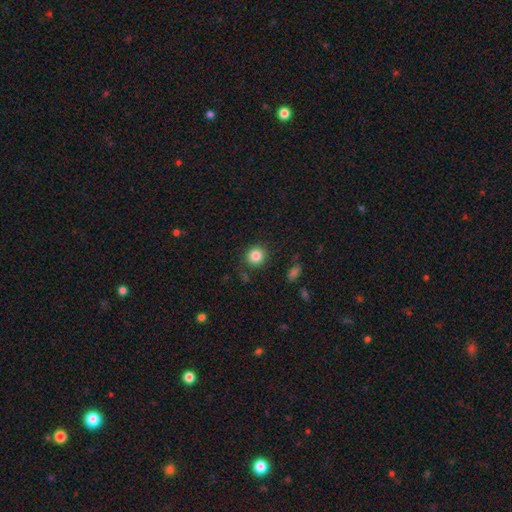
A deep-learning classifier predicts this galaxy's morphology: smooth-or-featured: smooth: 85% | star or artifact: 10% | featured or disk: 5%
  how-rounded: round: 86% | in between: 13% | cigar-shaped: 1%
  merging: none: 87% | minor disturbance: 9% | major disturbance: 3% | merger: 2%